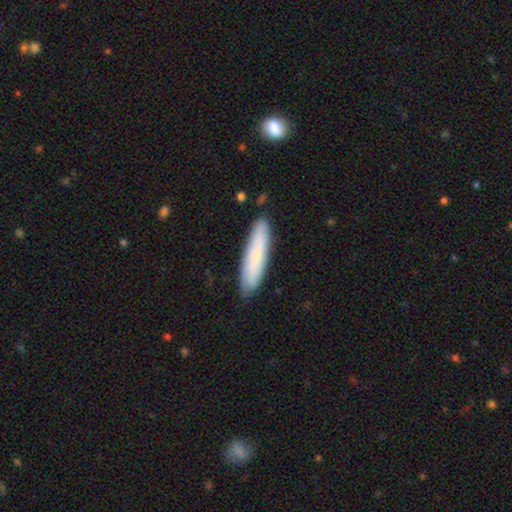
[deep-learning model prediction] smooth 73%, featured or disk 21%, star or artifact 6%. Down the decision tree: how rounded — cigar-shaped (81%); merging — none (85%).